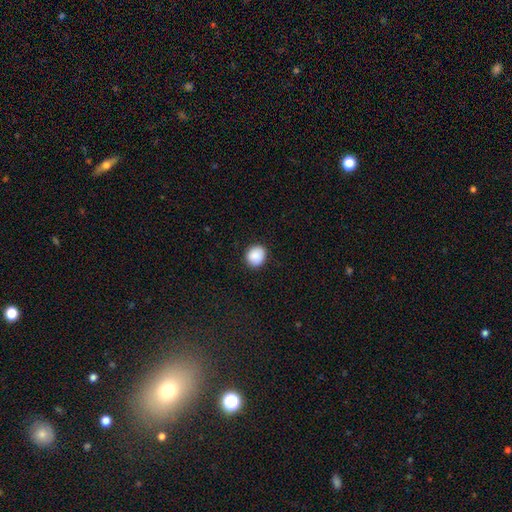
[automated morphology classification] Smooth or featured: smooth — 89% (star or artifact — 8%)
How rounded: round — 80% (in between — 19%)
Merging: none — 89% (minor disturbance — 8%)